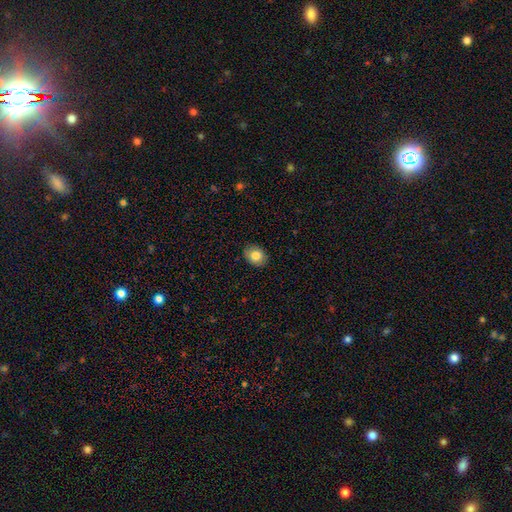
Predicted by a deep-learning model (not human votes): Overall: smooth (82%). How rounded: in between (55%; round 44%). Merging: none (88%).